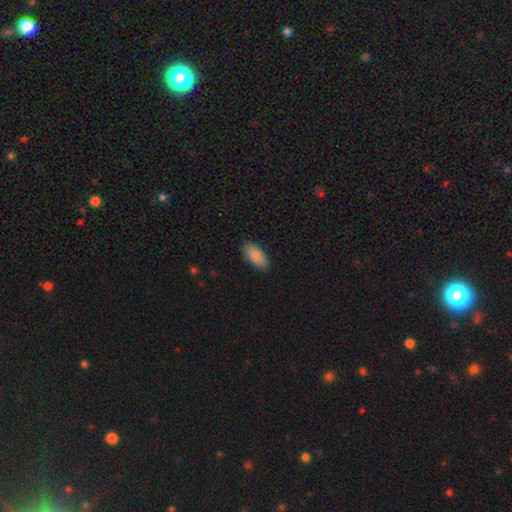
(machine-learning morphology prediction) Smooth or featured? Predicted: smooth (p=0.88). How rounded? Predicted: in between (p=0.91). Merging? Predicted: none (p=0.87).